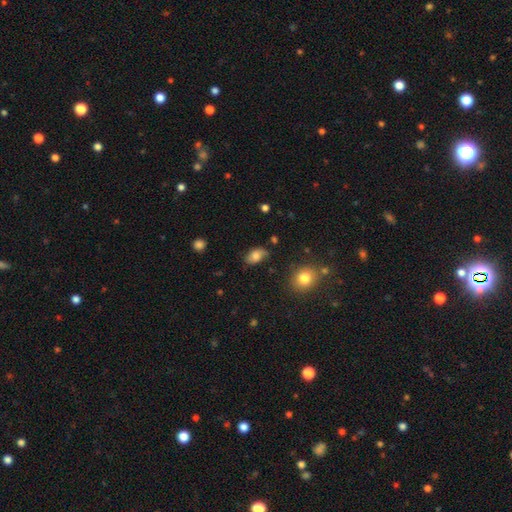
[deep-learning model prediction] Smooth or featured? Predicted: smooth (p=0.66). How rounded? Predicted: in between (p=0.86). Merging? Predicted: none (p=0.66).